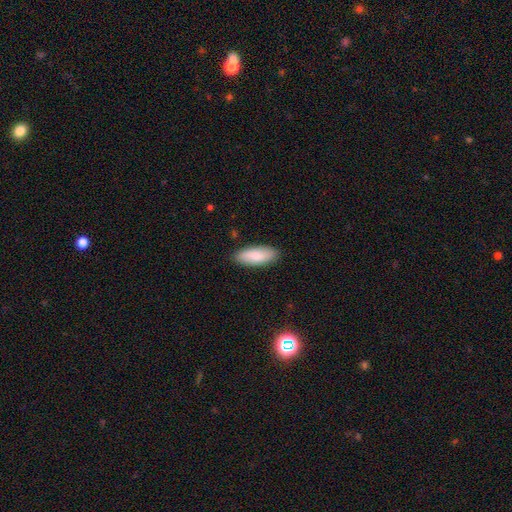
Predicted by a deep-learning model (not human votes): Smooth or featured? Predicted: smooth (p=0.84). How rounded? Predicted: in between (p=0.77). Merging? Predicted: none (p=0.87).